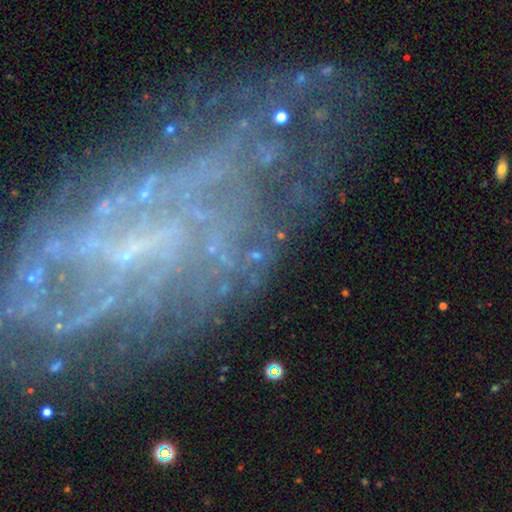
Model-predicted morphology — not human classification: A featured or disk galaxy (48%).

Vote fractions:
- Smooth or featured? featured or disk: 48% / star or artifact: 36% / smooth: 16%
- Merging? none: 66% / minor disturbance: 16% / major disturbance: 12% / merger: 5%